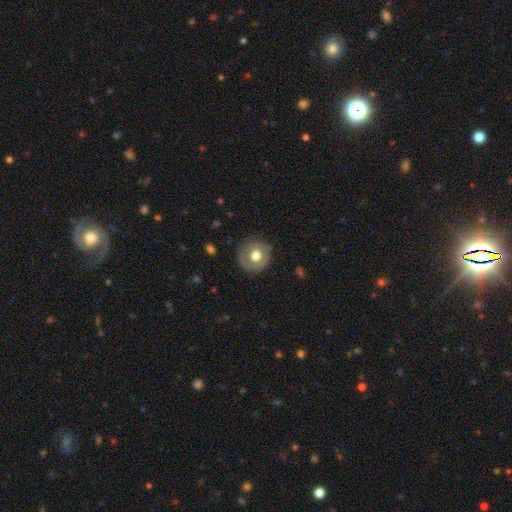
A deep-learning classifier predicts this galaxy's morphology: type=smooth (64%); roundness=round (93%); merging=none (85%).